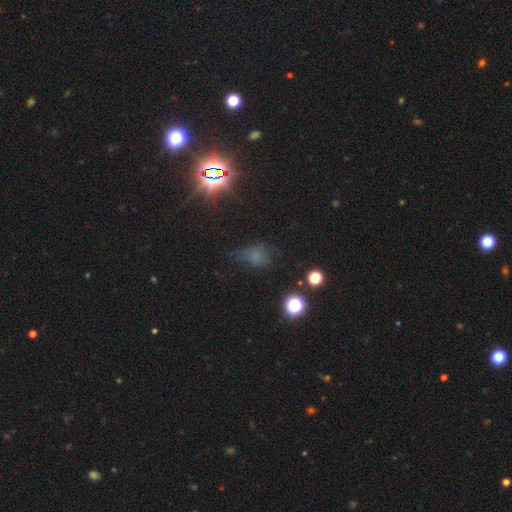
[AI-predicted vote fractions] Q: Smooth or featured?
A: smooth (47%); runner-up: star or artifact (39%)
Q: Merging?
A: none (48%); runner-up: minor disturbance (29%)